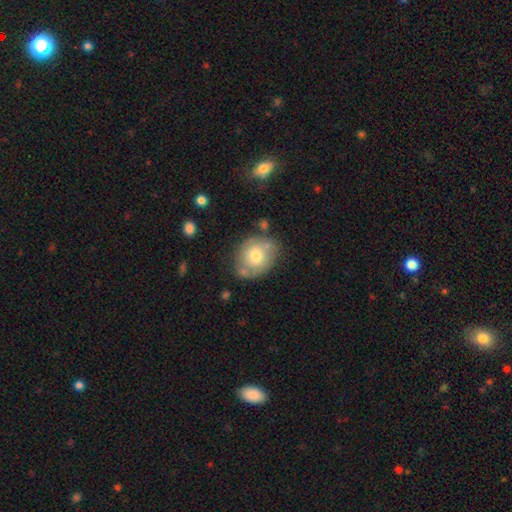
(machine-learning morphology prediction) A smooth galaxy with no disk features (67%) that is round (64%). Merging: none (64%).